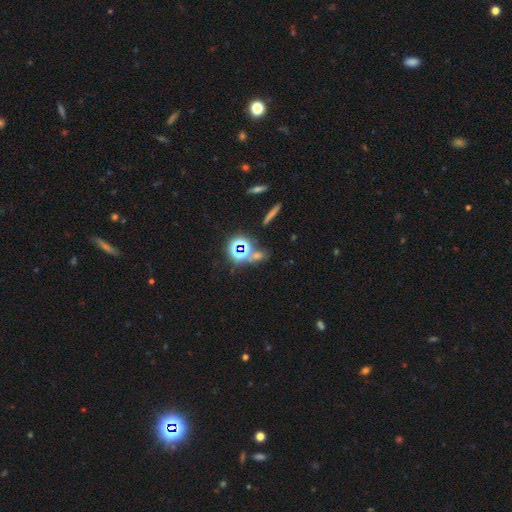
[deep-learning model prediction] Smooth or featured? Predicted: star or artifact (p=0.63).